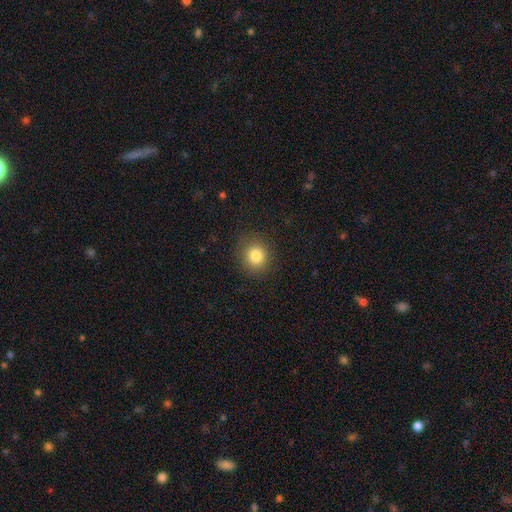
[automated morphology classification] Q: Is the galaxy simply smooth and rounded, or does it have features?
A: smooth — 82%.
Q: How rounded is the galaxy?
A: round — 87%.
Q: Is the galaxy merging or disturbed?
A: none — 88%.